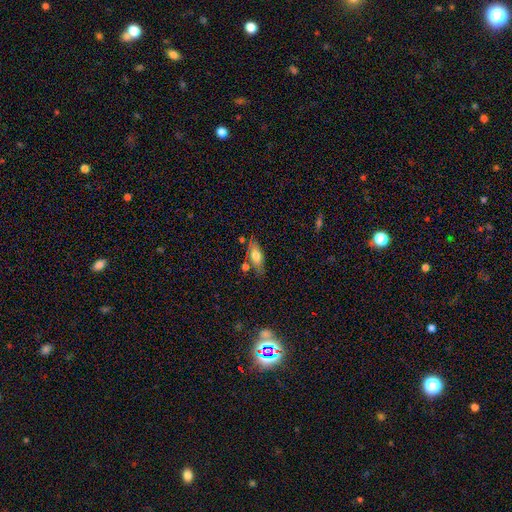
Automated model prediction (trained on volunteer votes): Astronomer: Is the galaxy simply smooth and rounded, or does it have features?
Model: smooth — 71%.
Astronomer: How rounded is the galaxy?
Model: in between — 79%.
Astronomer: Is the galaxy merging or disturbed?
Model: none — 69%.